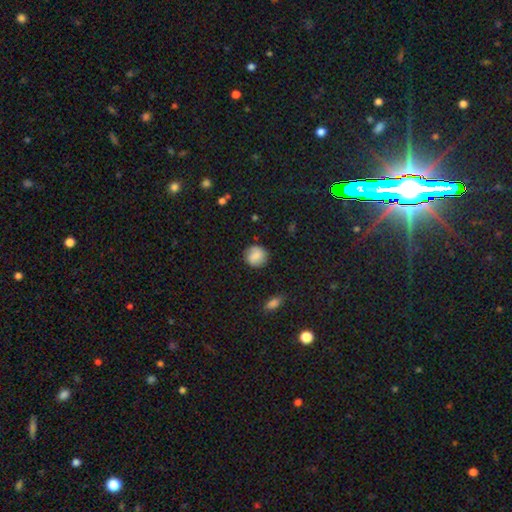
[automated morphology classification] Q: Smooth or featured?
A: smooth (80%); runner-up: featured or disk (11%)
Q: How rounded?
A: round (89%); runner-up: in between (10%)
Q: Merging?
A: none (83%); runner-up: minor disturbance (12%)